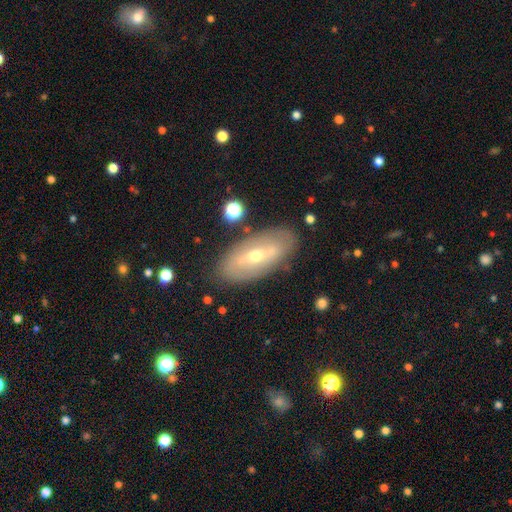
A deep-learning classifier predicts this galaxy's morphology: This is likely a featured or disk galaxy (61%). It is clearly not viewed edge-on (82%). Merging: clearly none (81%).